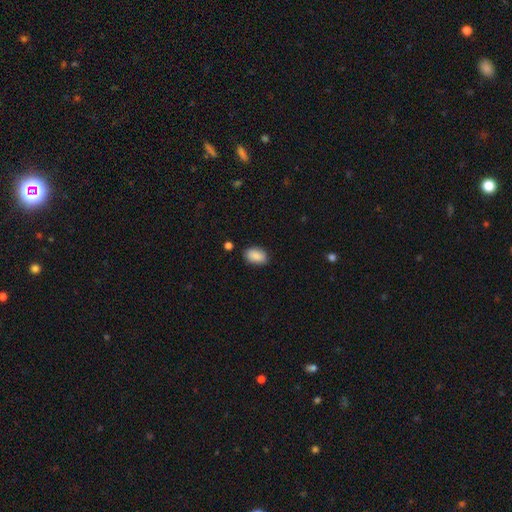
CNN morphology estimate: smooth_or_featured: smooth (p=0.89) [alt: star or artifact p=0.07]
how_rounded: in between (p=0.91) [alt: round p=0.08]
merging: none (p=0.84) [alt: minor disturbance p=0.11]